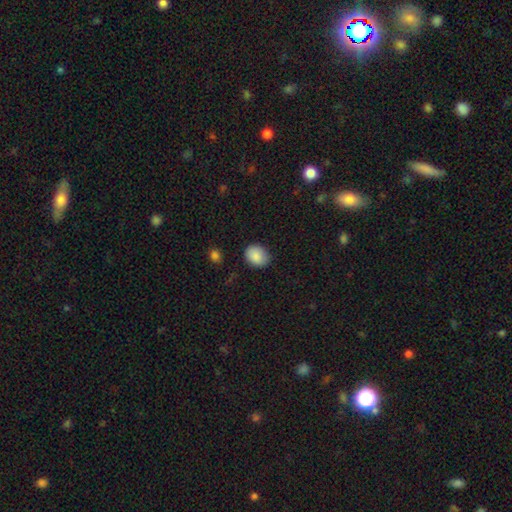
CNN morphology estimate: A smooth galaxy with no disk features (88%) that is in between round and cigar-shaped (54%). Merging: none (84%).